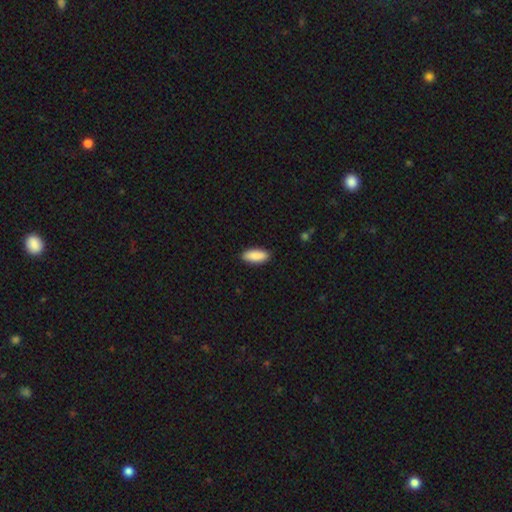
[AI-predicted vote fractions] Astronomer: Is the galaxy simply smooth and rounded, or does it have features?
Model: smooth — 90%.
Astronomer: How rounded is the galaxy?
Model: in between — 80%.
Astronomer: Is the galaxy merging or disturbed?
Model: none — 90%.